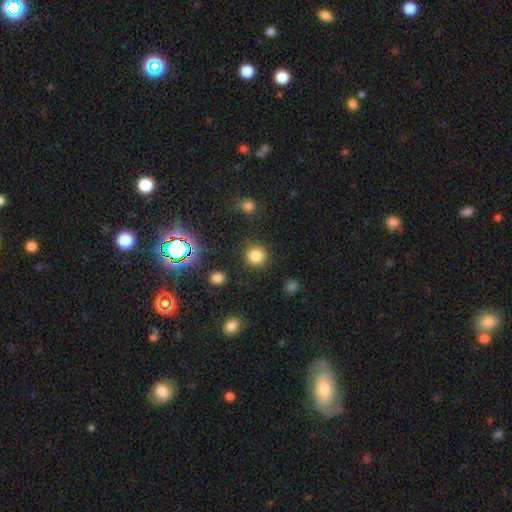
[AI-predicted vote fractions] The model was most divided on "smooth or featured": smooth: 80%, star or artifact: 15%, featured or disk: 5%. More confident: how rounded — round (94%); merging — none (87%).